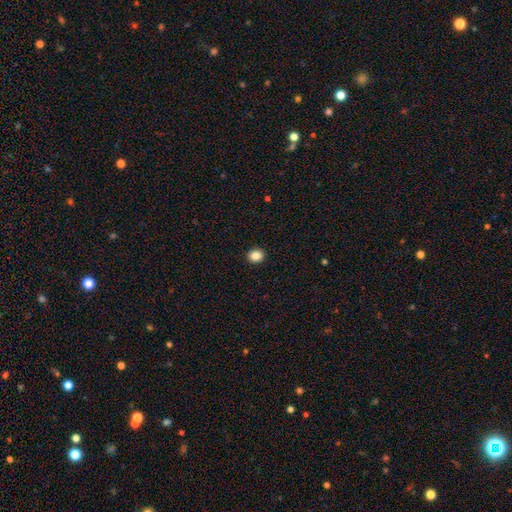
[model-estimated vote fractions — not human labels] Morphology: type=smooth (86%); roundness=round (67%); merging=none (92%).